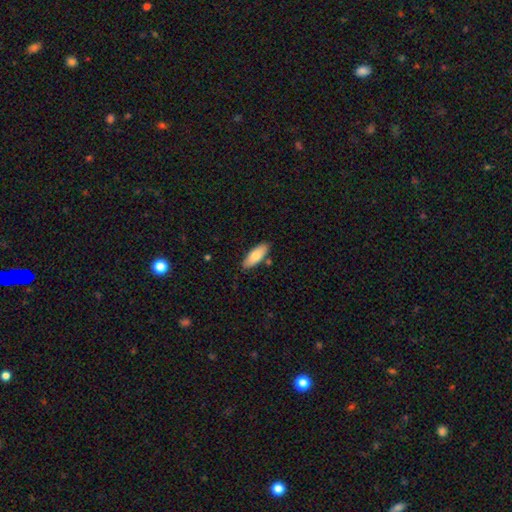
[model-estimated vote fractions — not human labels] The model was most divided on "how rounded": in between: 73%, cigar-shaped: 25%, round: 2%. More confident: merging — none (84%); smooth or featured — smooth (77%).